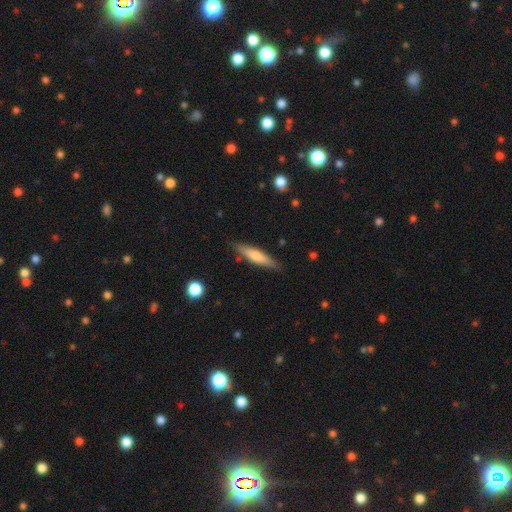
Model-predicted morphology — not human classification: A smooth galaxy with no disk features (59%) that is cigar-shaped (83%).

Vote fractions:
- Smooth or featured? smooth: 59% / featured or disk: 35% / star or artifact: 6%
- How rounded? cigar-shaped: 83% / in between: 16% / round: 2%
- Merging? none: 85% / minor disturbance: 11% / major disturbance: 2% / merger: 2%